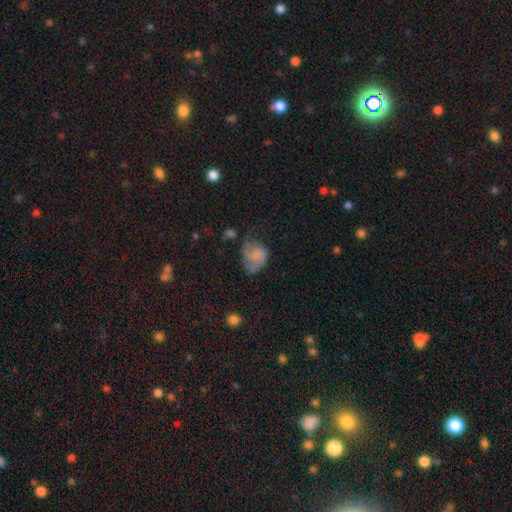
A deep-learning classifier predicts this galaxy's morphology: This is possibly a smooth galaxy (58%). How rounded: possibly in between (59%). Merging: marginally major disturbance (32%, tied with none).